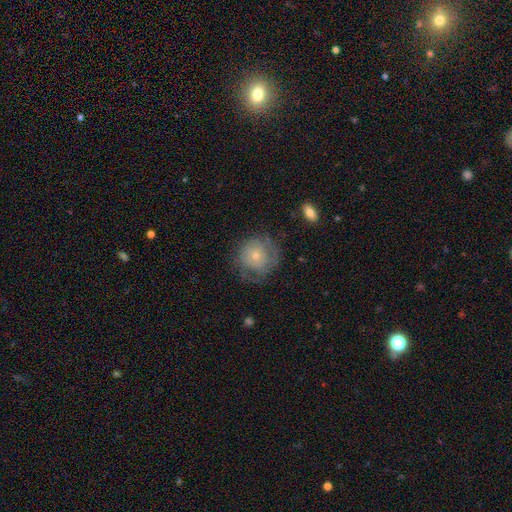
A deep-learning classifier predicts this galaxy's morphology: smooth 48%, featured or disk 44%, star or artifact 8%. Down the decision tree: merging — none (63%).